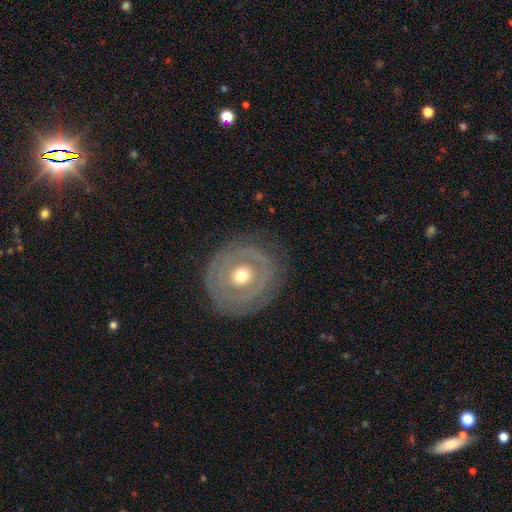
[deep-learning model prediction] Overall: featured or disk (55%; smooth 31%). Edge-on disk: no (94%). Bar: no (65%). Spiral arms: no (62%; yes 38%). Bulge size: moderate (66%; small 28%). Merging: none (87%).